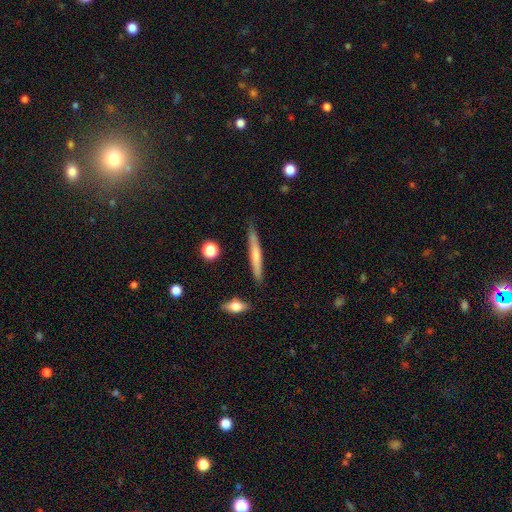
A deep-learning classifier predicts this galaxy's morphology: Smooth or featured?
  - smooth: 58% *
  - featured or disk: 36%
  - star or artifact: 6%
How rounded?
  - cigar-shaped: 95% *
  - in between: 4%
  - round: 2%
Merging?
  - none: 85% *
  - minor disturbance: 11%
  - merger: 2%
  - major disturbance: 2%